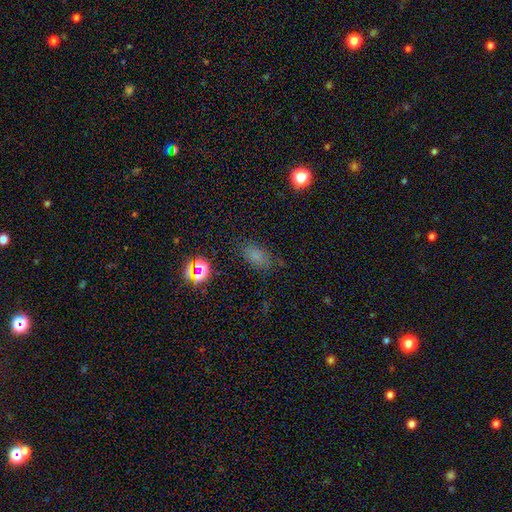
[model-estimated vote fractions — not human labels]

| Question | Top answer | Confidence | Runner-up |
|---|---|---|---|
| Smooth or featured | smooth | 70% | star or artifact (22%) |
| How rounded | in between | 85% | round (8%) |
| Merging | none | 77% | minor disturbance (15%) |